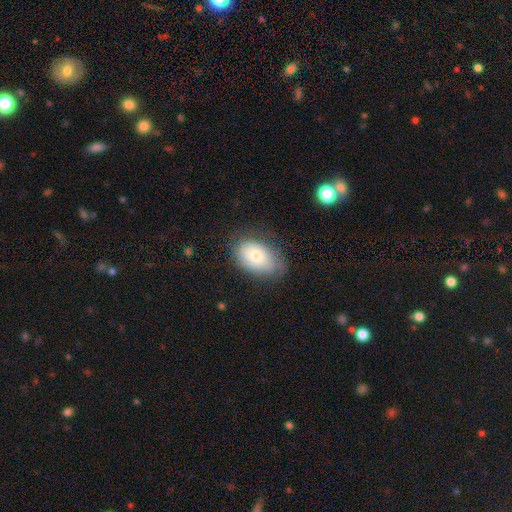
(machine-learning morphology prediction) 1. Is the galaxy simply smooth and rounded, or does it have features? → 76% smooth, 16% featured or disk, 8% star or artifact.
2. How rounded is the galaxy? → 87% in between, 12% round, 1% cigar-shaped.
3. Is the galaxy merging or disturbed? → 65% none, 25% minor disturbance, 9% major disturbance, 1% merger.